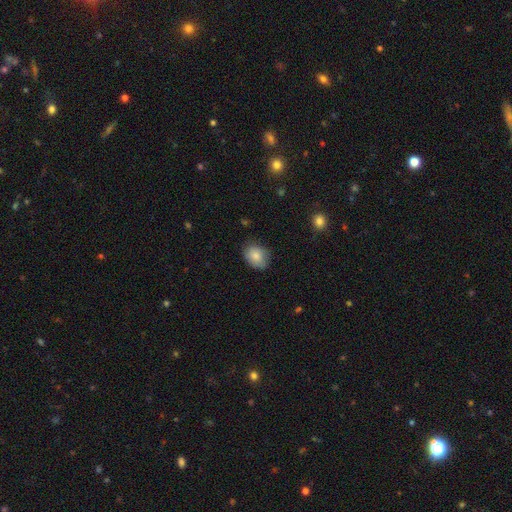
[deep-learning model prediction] A smooth galaxy with no disk features (82%) that is in between round and cigar-shaped (61%). Merging: none (75%).